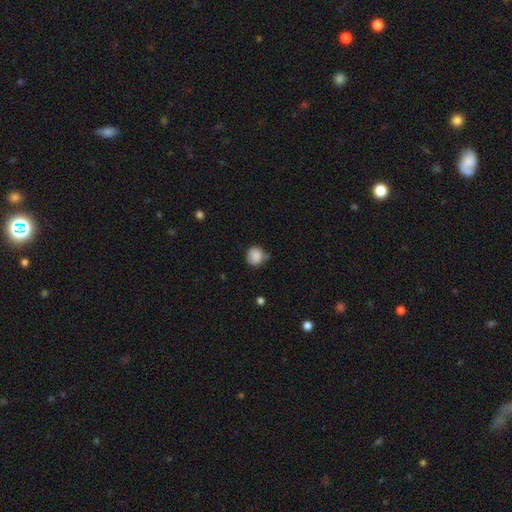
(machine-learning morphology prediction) Smooth or featured: smooth — 87% (star or artifact — 9%)
How rounded: round — 88% (in between — 11%)
Merging: none — 65% (minor disturbance — 24%)